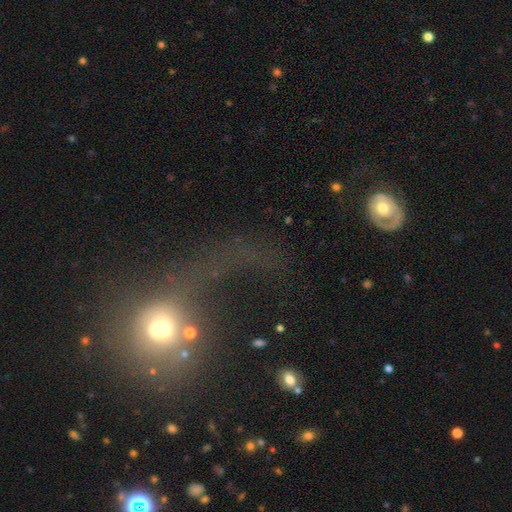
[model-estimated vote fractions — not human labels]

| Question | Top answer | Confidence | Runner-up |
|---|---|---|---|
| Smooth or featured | smooth | 44% | featured or disk (32%) |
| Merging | major disturbance | 48% | none (26%) |